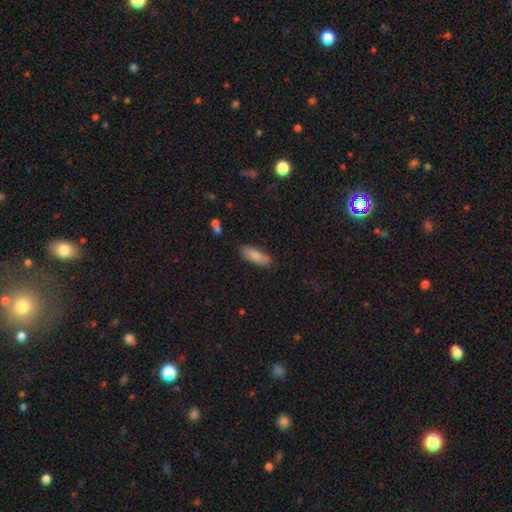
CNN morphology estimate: Smooth or featured? smooth (85%)
How rounded? in between (66%)
Merging? none (76%)